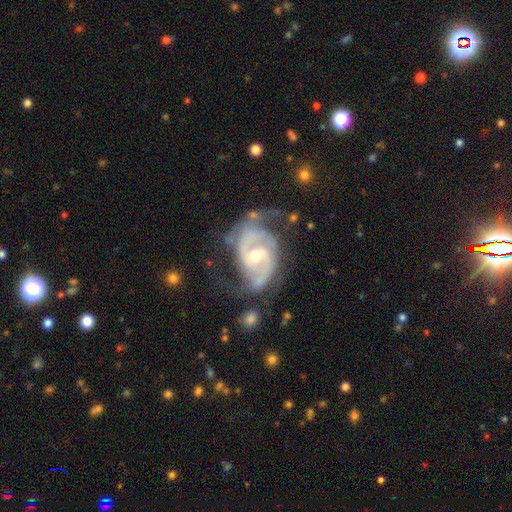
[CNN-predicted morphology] smooth-or-featured: featured or disk: 91% | star or artifact: 5% | smooth: 4%
  disk-edge-on: no: 98% | yes: 2%
    bar: weak: 51% | no: 33% | strong: 16%
    has-spiral-arms: yes: 98% | no: 2%
      spiral-winding: medium: 51% | tight: 37% | loose: 13%
      spiral-arm-count: 2: 80% | 3: 9% | can't tell: 6% | 1: 2% | 4: 2% | more than 4: 2%
    bulge-size: moderate: 57% | small: 38% | large: 3% | none: 2% | dominant: 1%
  merging: none: 57% | minor disturbance: 24% | major disturbance: 15% | merger: 4%